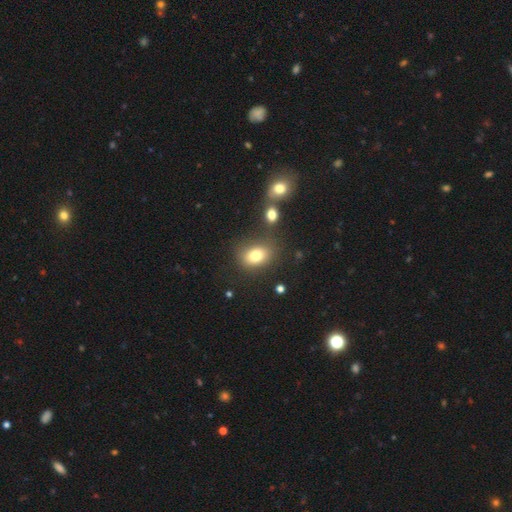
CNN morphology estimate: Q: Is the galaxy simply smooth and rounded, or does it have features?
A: smooth — 79%.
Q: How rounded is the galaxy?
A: in between — 68%.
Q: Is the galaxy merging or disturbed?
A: none — 71%.